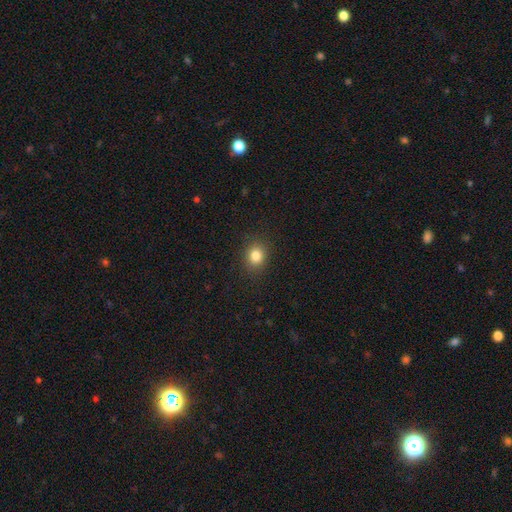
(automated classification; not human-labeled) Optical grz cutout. It shows a smooth galaxy with no disk features (83%) that is round (66%). Merging: none (89%).